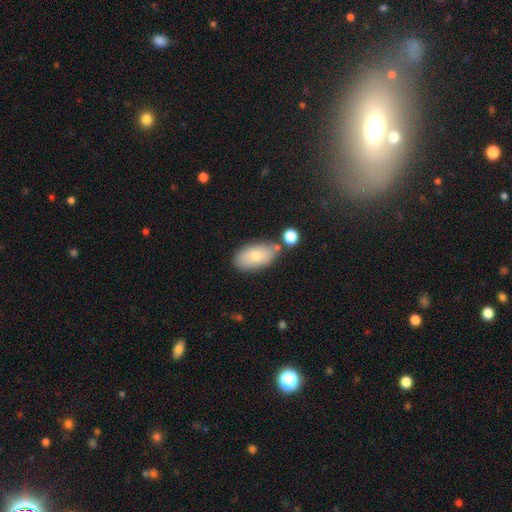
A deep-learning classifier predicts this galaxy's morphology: Smooth or featured?
  - smooth: 74% *
  - featured or disk: 19%
  - star or artifact: 7%
How rounded?
  - in between: 94% *
  - round: 4%
  - cigar-shaped: 2%
Merging?
  - none: 72% *
  - minor disturbance: 15%
  - merger: 9%
  - major disturbance: 4%